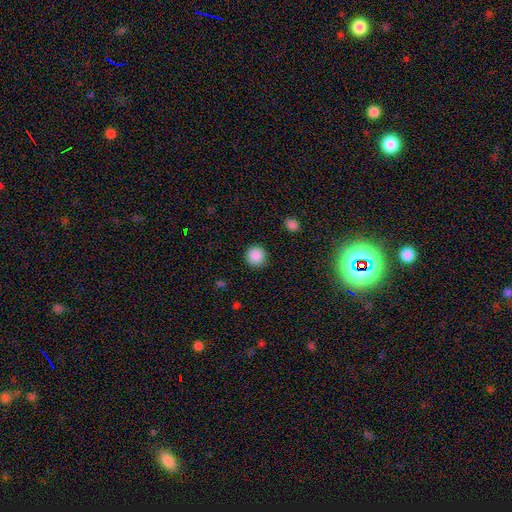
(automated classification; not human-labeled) Smooth or featured? smooth (88%)
How rounded? round (95%)
Merging? none (90%)